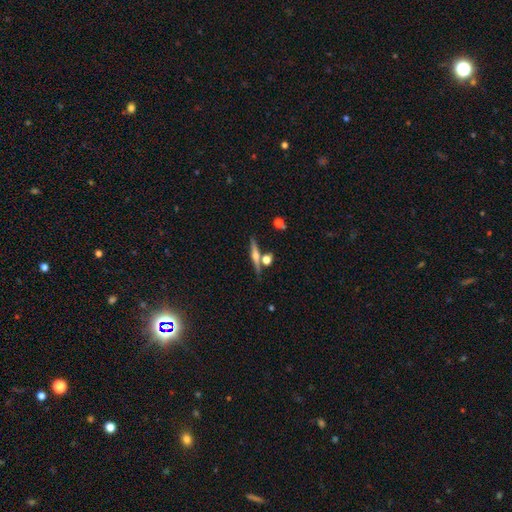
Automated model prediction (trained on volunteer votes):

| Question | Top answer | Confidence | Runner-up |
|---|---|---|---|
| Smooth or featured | featured or disk | 62% | smooth (30%) |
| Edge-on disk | yes | 96% | no (4%) |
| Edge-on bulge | rounded | 86% | none (9%) |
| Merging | none | 74% | merger (13%) |